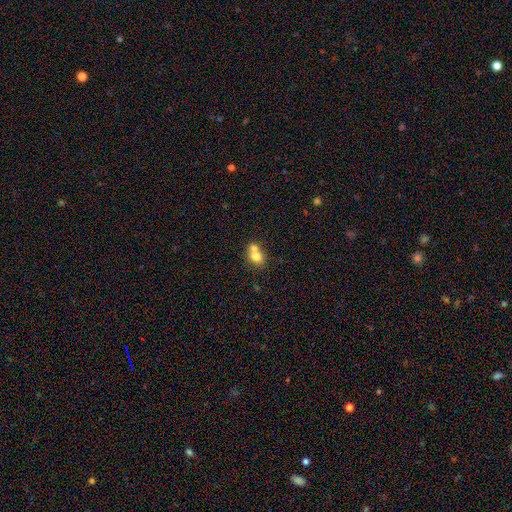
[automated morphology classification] This appears to be a smooth galaxy with no disk features (73%) that is round (54%). Merging: merger (55%).